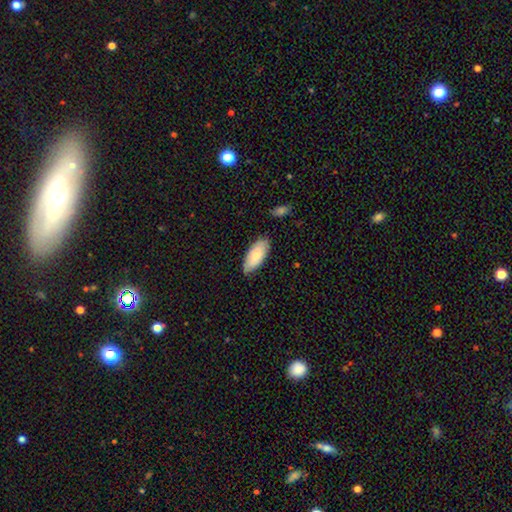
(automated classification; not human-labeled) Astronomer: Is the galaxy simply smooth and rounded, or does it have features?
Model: smooth — 76%.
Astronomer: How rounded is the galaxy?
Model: in between — 89%.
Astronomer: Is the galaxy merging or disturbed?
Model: none — 76%.